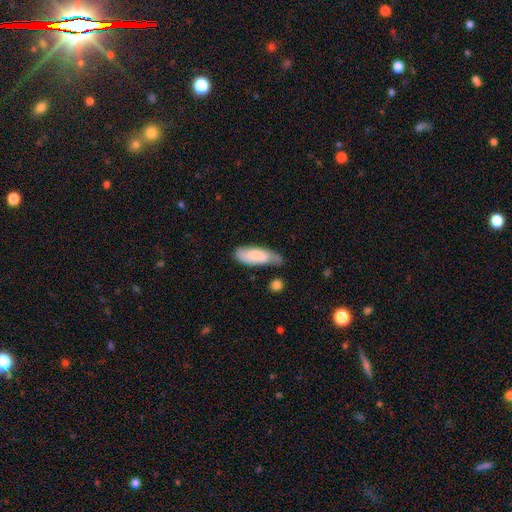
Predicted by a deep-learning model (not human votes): Smooth or featured?
  - smooth: 70% *
  - featured or disk: 24%
  - star or artifact: 6%
How rounded?
  - in between: 69% *
  - cigar-shaped: 29%
  - round: 2%
Merging?
  - none: 48% *
  - minor disturbance: 34%
  - major disturbance: 10%
  - merger: 8%